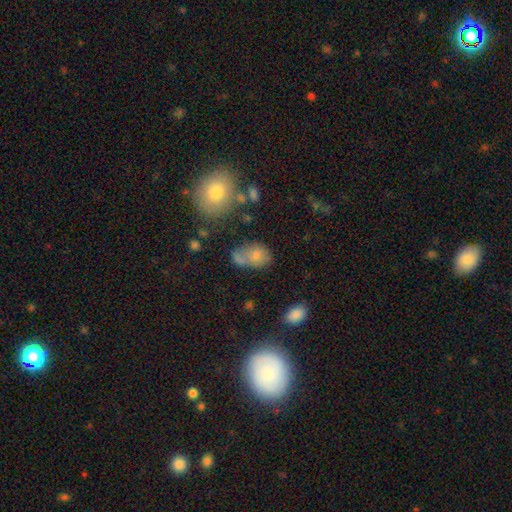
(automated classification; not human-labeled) Overall: smooth (72%). How rounded: in between (82%). Merging: none (34%; merger 30%).